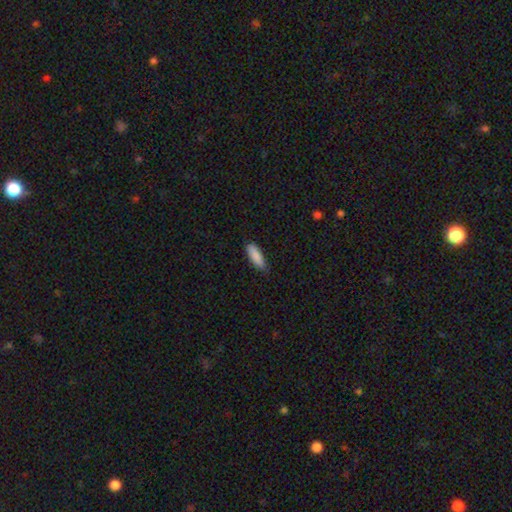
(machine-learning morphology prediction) smooth-or-featured: smooth: 89% | star or artifact: 6% | featured or disk: 6%
  how-rounded: in between: 55% | cigar-shaped: 44% | round: 2%
  merging: none: 80% | minor disturbance: 17% | major disturbance: 2% | merger: 1%